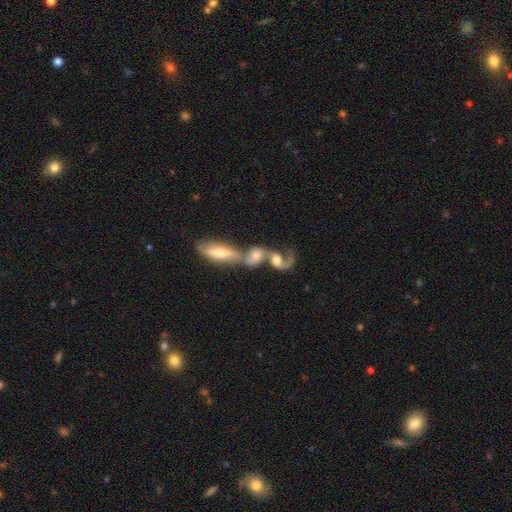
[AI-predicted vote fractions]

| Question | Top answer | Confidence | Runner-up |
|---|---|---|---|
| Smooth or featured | featured or disk | 54% | smooth (37%) |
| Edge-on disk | no | 89% | yes (11%) |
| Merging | merger | 74% | none (14%) |